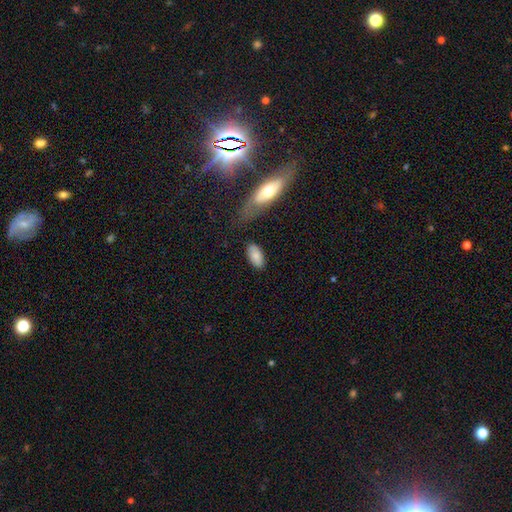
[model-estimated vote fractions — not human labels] smooth 85%, featured or disk 9%, star or artifact 7%. Down the decision tree: how rounded — in between (90%); merging — none (78%).